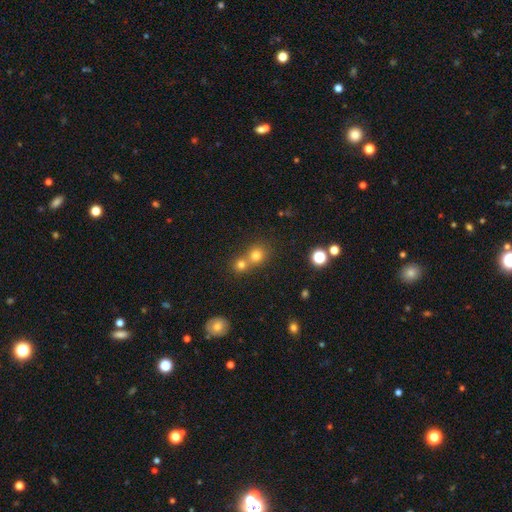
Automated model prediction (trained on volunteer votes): Smooth or featured? Predicted: smooth (p=0.74). How rounded? Predicted: round (p=0.85). Merging? Predicted: none (p=0.47).